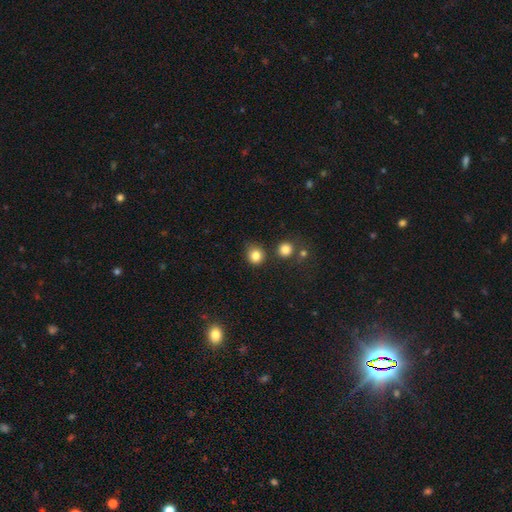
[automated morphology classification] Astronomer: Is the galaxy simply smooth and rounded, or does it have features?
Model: smooth — 83%.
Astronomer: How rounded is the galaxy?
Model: round — 84%.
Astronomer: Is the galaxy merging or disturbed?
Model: none — 77%.